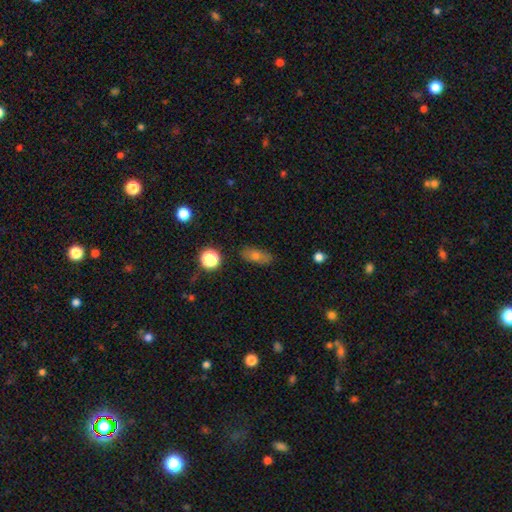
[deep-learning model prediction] Smooth or featured? Predicted: smooth (p=0.68). How rounded? Predicted: in between (p=0.75). Merging? Predicted: none (p=0.83).